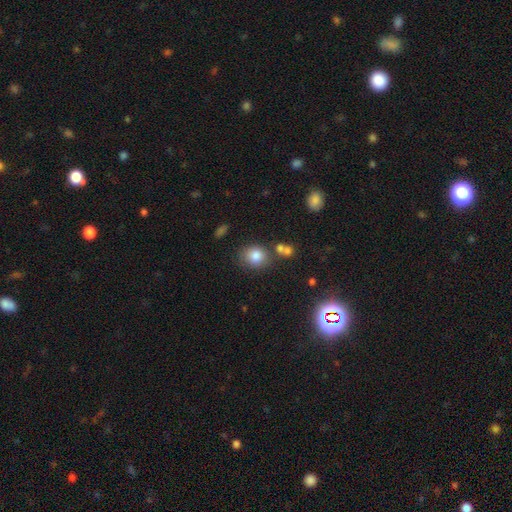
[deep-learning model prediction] smooth_or_featured: smooth (p=0.82) [alt: star or artifact p=0.11]
how_rounded: round (p=0.70) [alt: in between p=0.29]
merging: none (p=0.70) [alt: minor disturbance p=0.14]